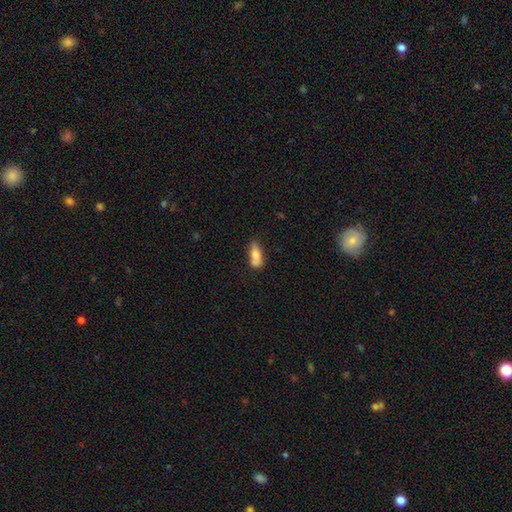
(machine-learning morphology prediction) This is likely a smooth galaxy (75%). How rounded: likely in between (71%). Merging: possibly none (49%).